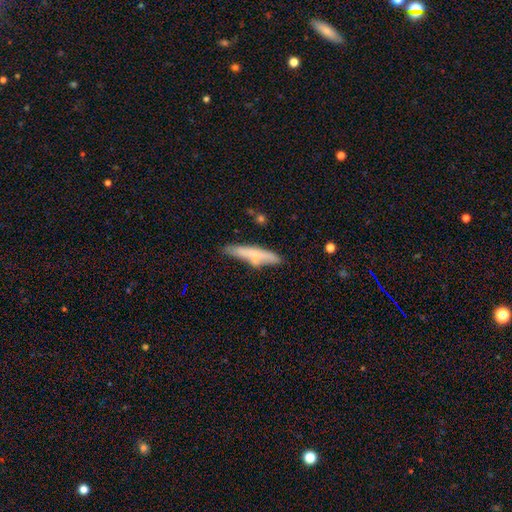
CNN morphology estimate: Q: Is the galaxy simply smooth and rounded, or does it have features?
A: smooth — 56%.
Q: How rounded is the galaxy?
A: cigar-shaped — 87%.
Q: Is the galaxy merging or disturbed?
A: none — 66%.